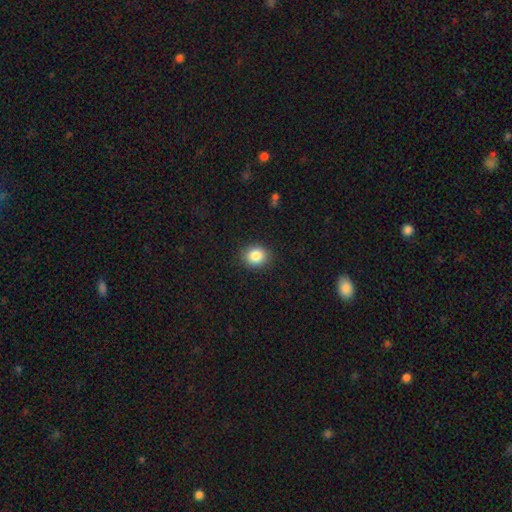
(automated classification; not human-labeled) The model was most divided on "how rounded": round: 71%, in between: 28%, cigar-shaped: 1%. More confident: merging — none (89%); smooth or featured — smooth (85%).